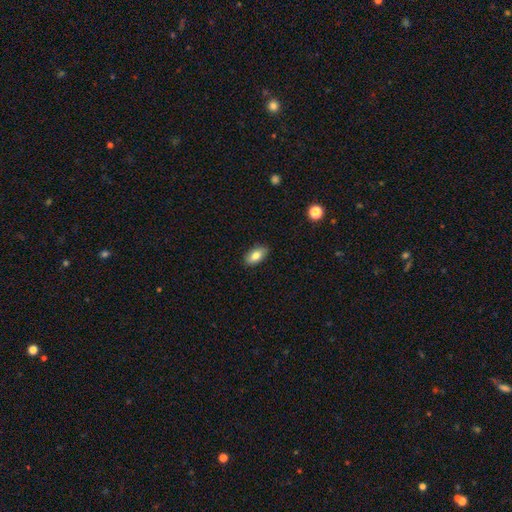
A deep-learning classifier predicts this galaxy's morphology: The model was most divided on "smooth or featured": smooth: 81%, featured or disk: 12%, star or artifact: 7%. More confident: how rounded — in between (92%); merging — none (88%).